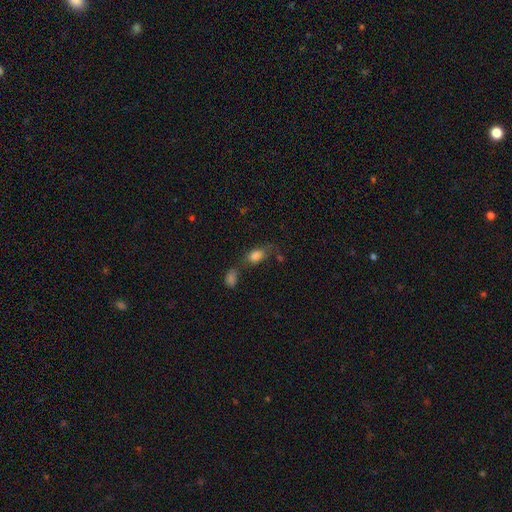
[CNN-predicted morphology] Smooth or featured? Predicted: smooth (p=0.82). How rounded? Predicted: in between (p=0.85). Merging? Predicted: none (p=0.50).